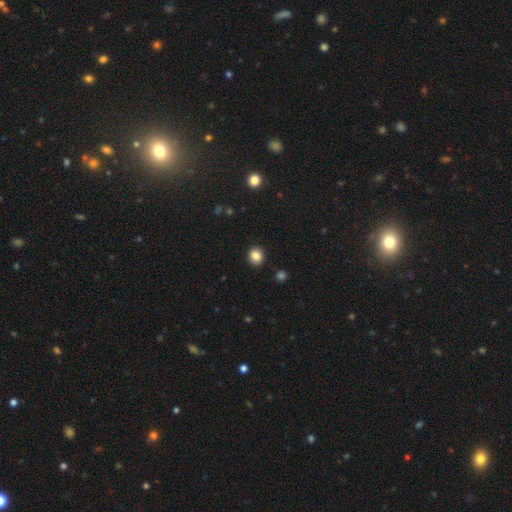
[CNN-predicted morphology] Smooth or featured? Predicted: smooth (p=0.85). How rounded? Predicted: round (p=0.81). Merging? Predicted: none (p=0.91).